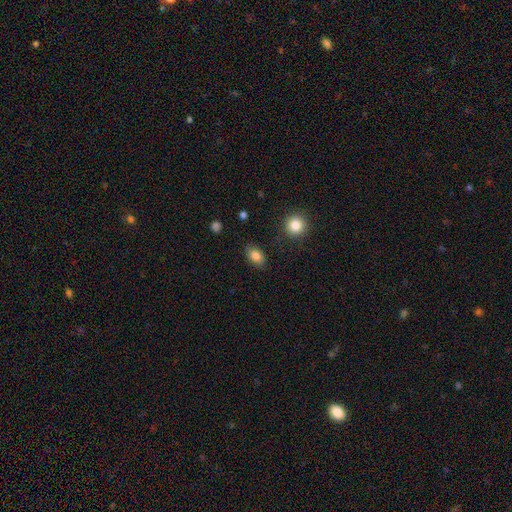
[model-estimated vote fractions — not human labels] smooth 84%, star or artifact 8%, featured or disk 7%. Down the decision tree: how rounded — in between (84%); merging — none (84%).